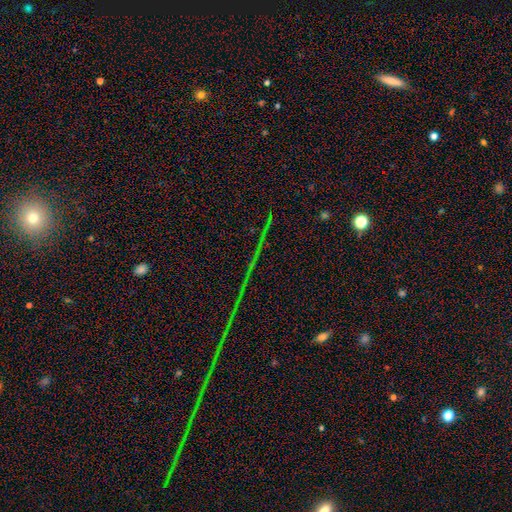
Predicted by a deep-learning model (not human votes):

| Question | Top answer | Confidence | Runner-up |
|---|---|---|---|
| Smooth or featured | star or artifact | 83% | smooth (9%) |